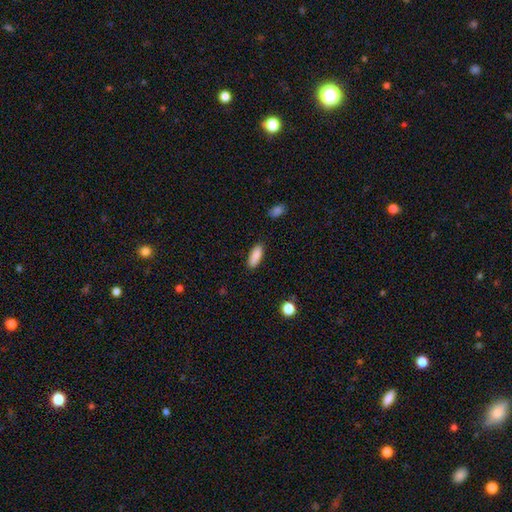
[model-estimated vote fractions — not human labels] smooth-or-featured: smooth: 89% | star or artifact: 7% | featured or disk: 5%
  how-rounded: in between: 70% | cigar-shaped: 28% | round: 2%
  merging: none: 88% | minor disturbance: 9% | major disturbance: 2% | merger: 1%